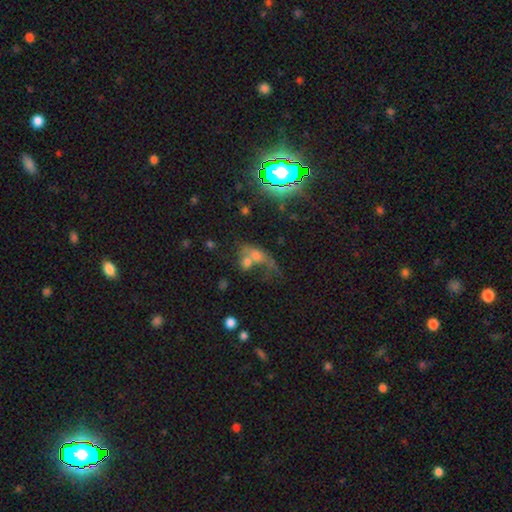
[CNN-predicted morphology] Smooth or featured? smooth (43%)
Merging? merger (49%)